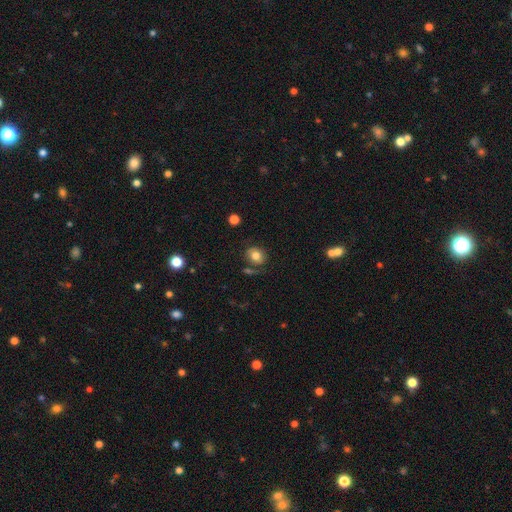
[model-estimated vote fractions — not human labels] smooth 77%, featured or disk 12%, star or artifact 10%. Down the decision tree: how rounded — round (63%); merging — none (73%).